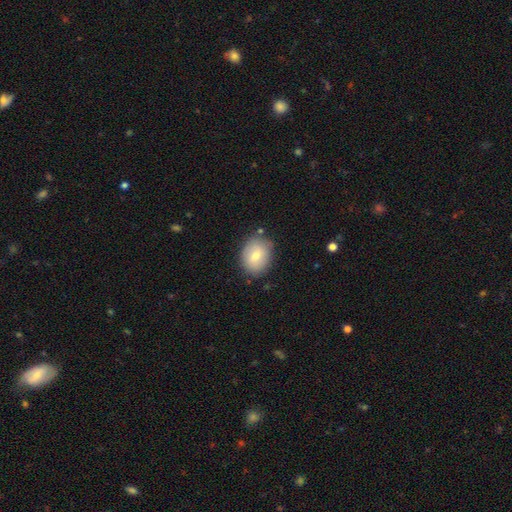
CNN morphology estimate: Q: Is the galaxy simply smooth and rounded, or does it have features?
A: smooth — 75%.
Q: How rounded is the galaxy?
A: in between — 55%.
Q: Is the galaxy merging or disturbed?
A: none — 80%.